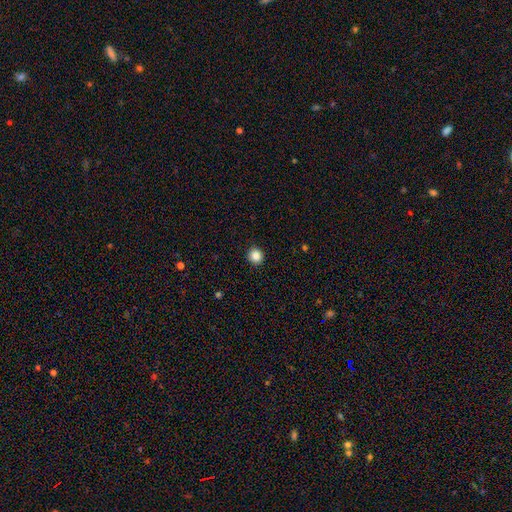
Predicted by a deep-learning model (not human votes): Q: Smooth or featured?
A: smooth (85%); runner-up: star or artifact (10%)
Q: How rounded?
A: round (90%); runner-up: in between (9%)
Q: Merging?
A: none (92%); runner-up: minor disturbance (5%)